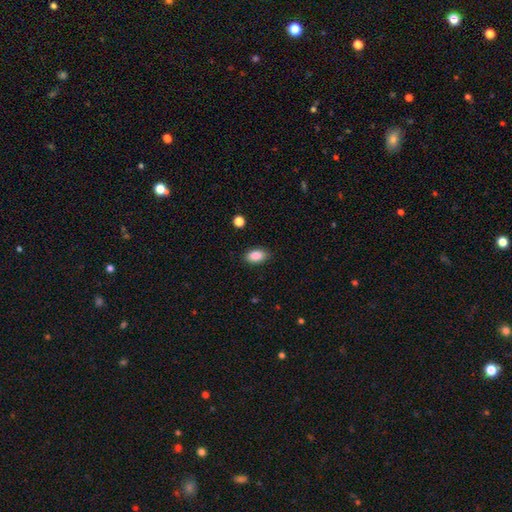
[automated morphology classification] Smooth or featured?
  - smooth: 88% *
  - star or artifact: 8%
  - featured or disk: 4%
How rounded?
  - in between: 92% *
  - round: 6%
  - cigar-shaped: 2%
Merging?
  - none: 86% *
  - minor disturbance: 10%
  - major disturbance: 2%
  - merger: 1%